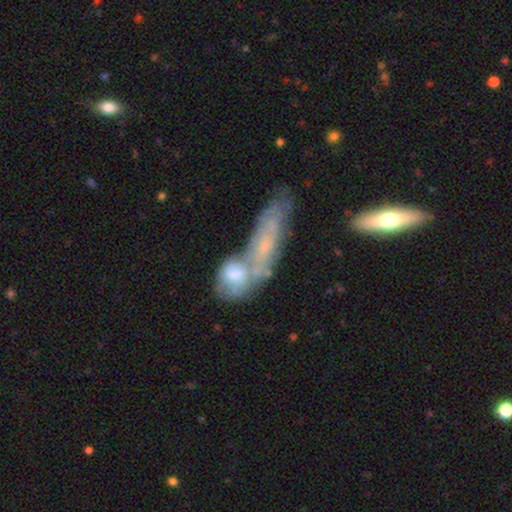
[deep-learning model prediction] Q: Smooth or featured?
A: featured or disk (51%); runner-up: smooth (33%)
Q: Edge-on disk?
A: no (55%); runner-up: yes (45%)
Q: Merging?
A: none (45%); runner-up: merger (36%)